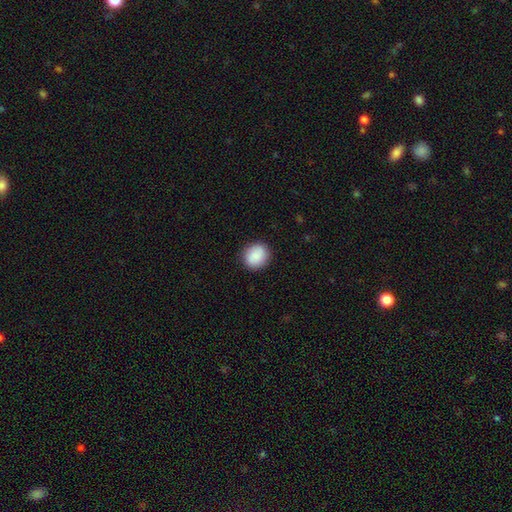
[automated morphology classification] Overall: smooth (87%). How rounded: round (77%). Merging: none (89%).